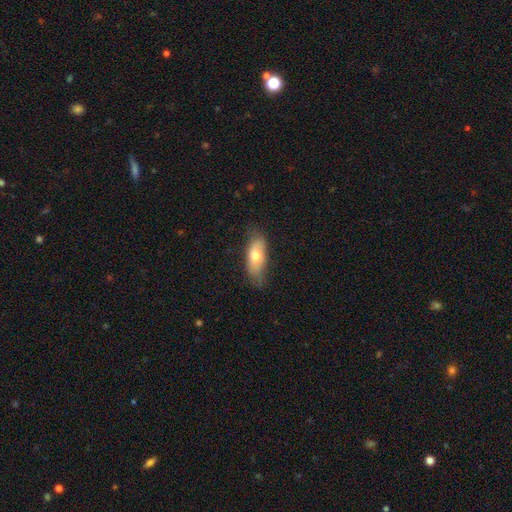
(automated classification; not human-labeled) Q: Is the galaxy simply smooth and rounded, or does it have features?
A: smooth — 70%.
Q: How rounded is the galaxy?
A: in between — 79%.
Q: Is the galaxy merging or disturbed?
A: none — 63%.